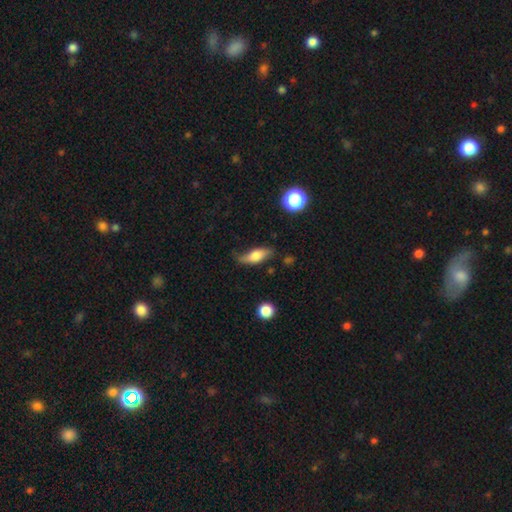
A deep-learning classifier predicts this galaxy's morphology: smooth-or-featured: smooth: 64% | featured or disk: 28% | star or artifact: 8%
  how-rounded: in between: 70% | cigar-shaped: 25% | round: 5%
  merging: none: 56% | minor disturbance: 32% | major disturbance: 9% | merger: 3%